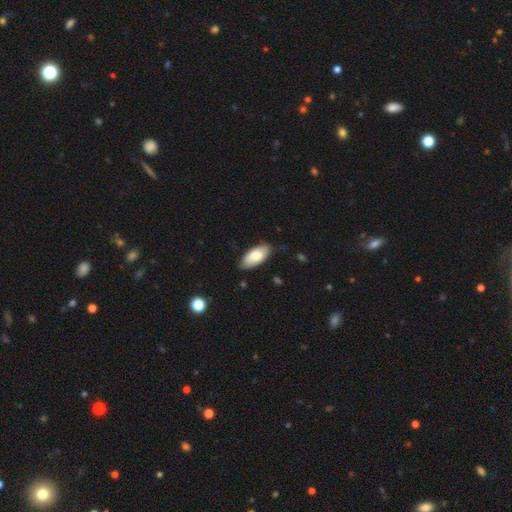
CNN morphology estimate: A smooth galaxy with no disk features (78%) that is in between round and cigar-shaped (90%).

Vote fractions:
- Smooth or featured? smooth: 78% / featured or disk: 17% / star or artifact: 6%
- How rounded? in between: 90% / cigar-shaped: 8% / round: 2%
- Merging? none: 84% / minor disturbance: 13% / major disturbance: 2% / merger: 1%